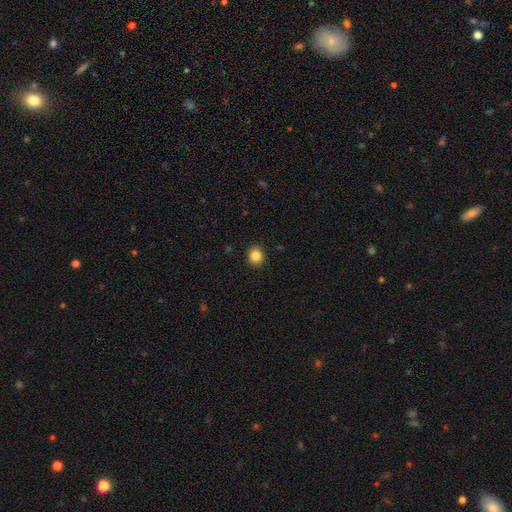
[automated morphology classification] Q: Smooth or featured?
A: smooth (85%); runner-up: star or artifact (10%)
Q: How rounded?
A: round (80%); runner-up: in between (20%)
Q: Merging?
A: none (92%); runner-up: minor disturbance (5%)